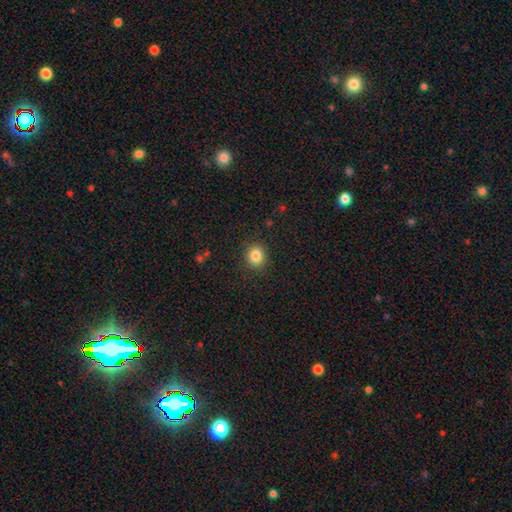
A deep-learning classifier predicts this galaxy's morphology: smooth_or_featured: smooth (p=0.85) [alt: star or artifact p=0.10]
how_rounded: round (p=0.75) [alt: in between p=0.24]
merging: none (p=0.88) [alt: minor disturbance p=0.08]